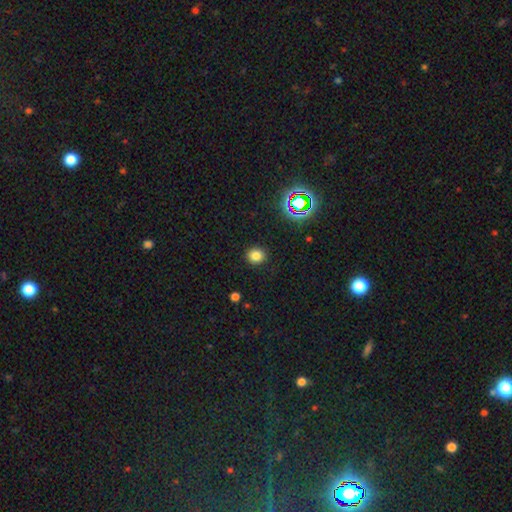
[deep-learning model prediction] smooth_or_featured: smooth (p=0.79) [alt: star or artifact p=0.16]
how_rounded: round (p=0.80) [alt: in between p=0.19]
merging: none (p=0.90) [alt: minor disturbance p=0.07]